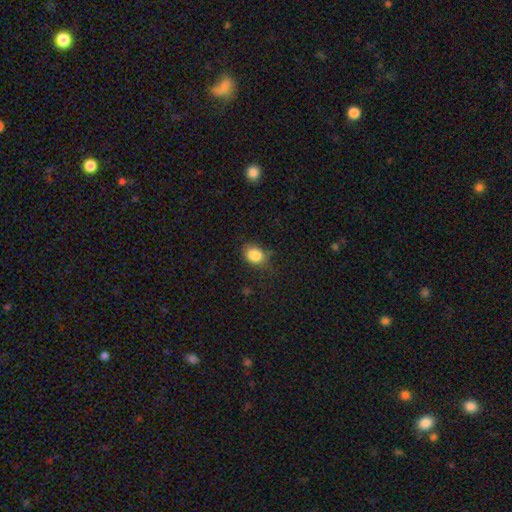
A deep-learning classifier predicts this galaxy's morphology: Q: Smooth or featured?
A: smooth (86%); runner-up: star or artifact (9%)
Q: How rounded?
A: in between (58%); runner-up: round (41%)
Q: Merging?
A: none (64%); runner-up: minor disturbance (26%)